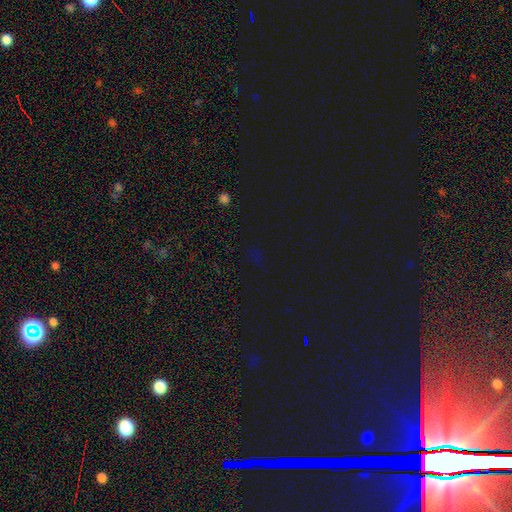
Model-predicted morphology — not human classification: smooth_or_featured: star or artifact (p=0.74) [alt: smooth p=0.20]